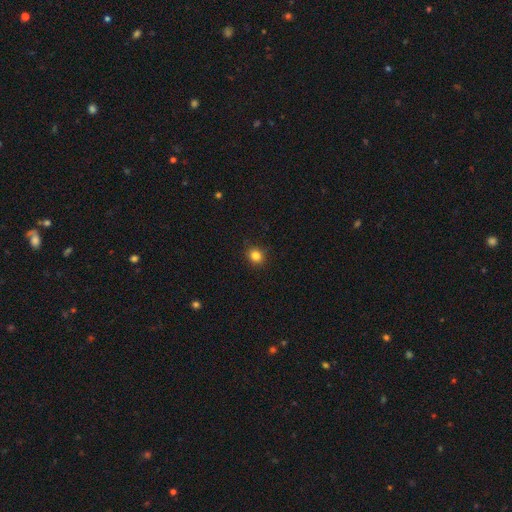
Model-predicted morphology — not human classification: Smooth or featured? Predicted: smooth (p=0.84). How rounded? Predicted: round (p=0.79). Merging? Predicted: none (p=0.89).